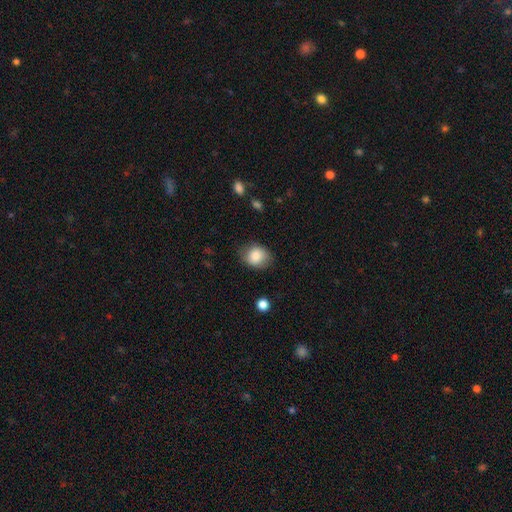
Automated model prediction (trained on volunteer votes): The model was most divided on "how rounded": round: 61%, in between: 39%, cigar-shaped: 1%. More confident: smooth or featured — smooth (84%); merging — none (75%).